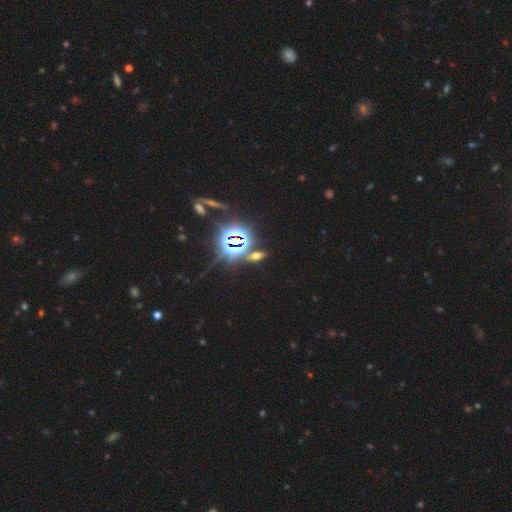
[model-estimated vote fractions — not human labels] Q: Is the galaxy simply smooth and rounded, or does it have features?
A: star or artifact — 58%.